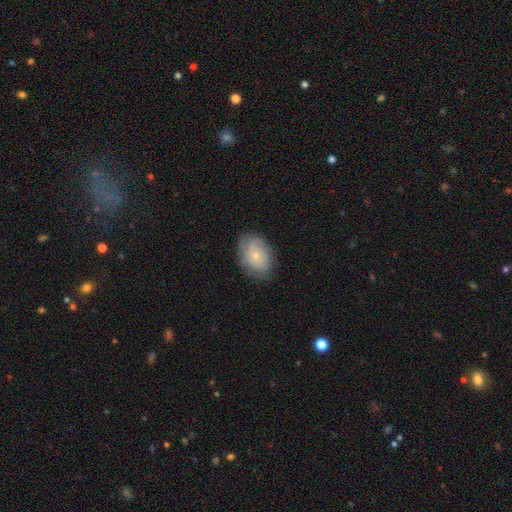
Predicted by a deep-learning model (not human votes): Smooth or featured? smooth (56%)
How rounded? in between (78%)
Merging? none (74%)